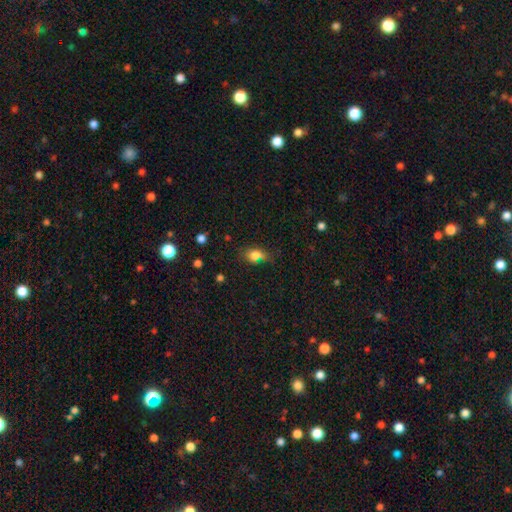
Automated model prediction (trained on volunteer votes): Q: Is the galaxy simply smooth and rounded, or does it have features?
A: smooth — 78%.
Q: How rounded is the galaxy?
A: in between — 67%.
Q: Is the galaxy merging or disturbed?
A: none — 53%.